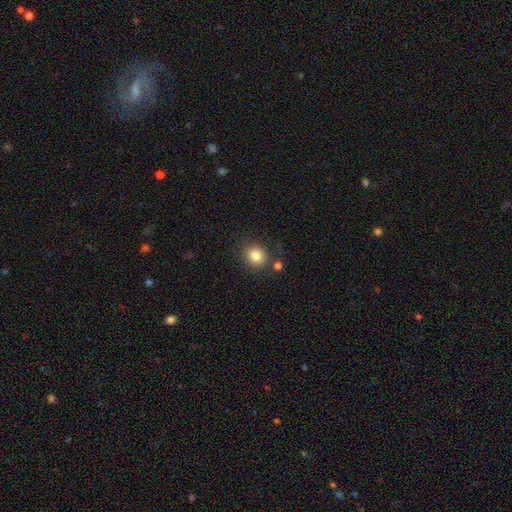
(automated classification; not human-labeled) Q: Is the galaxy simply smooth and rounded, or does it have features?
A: smooth — 83%.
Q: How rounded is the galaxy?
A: round — 74%.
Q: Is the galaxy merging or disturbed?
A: none — 78%.